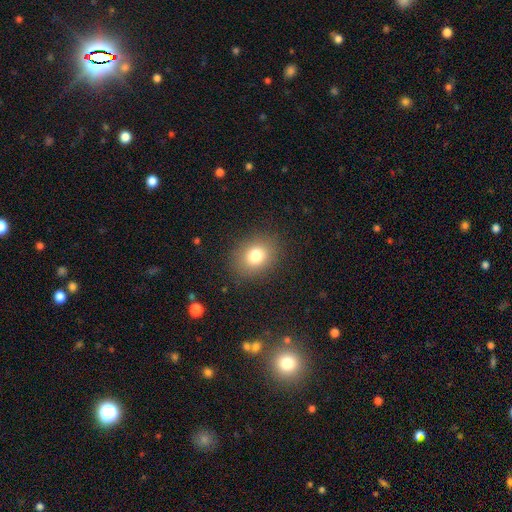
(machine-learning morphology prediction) A smooth galaxy with no disk features (79%) that is round (52%). Merging: none (87%).